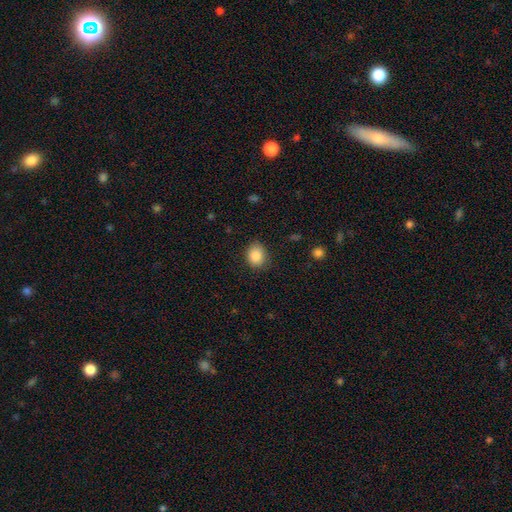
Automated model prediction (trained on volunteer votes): Morphology: type=smooth (88%); roundness=in between (50%); merging=none (81%).